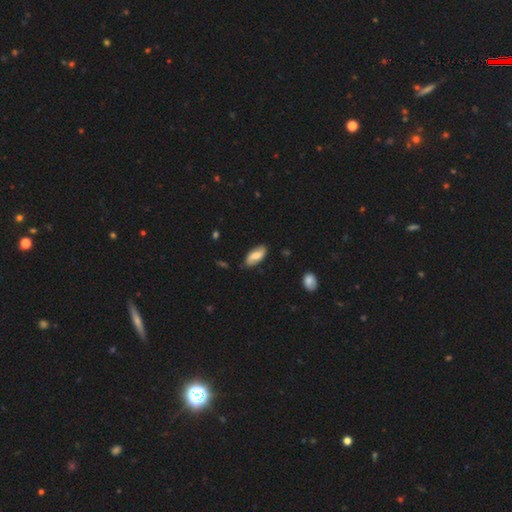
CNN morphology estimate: type=smooth (63%); roundness=in between (89%); merging=none (78%).